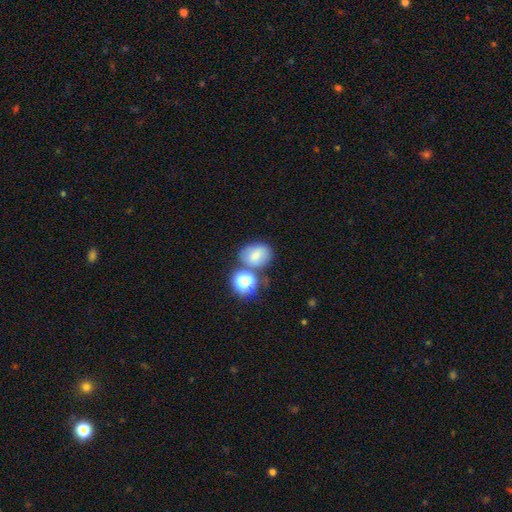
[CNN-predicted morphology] smooth-or-featured: smooth: 72% | star or artifact: 16% | featured or disk: 12%
  how-rounded: in between: 52% | round: 47% | cigar-shaped: 1%
  merging: none: 61% | merger: 18% | minor disturbance: 15% | major disturbance: 6%